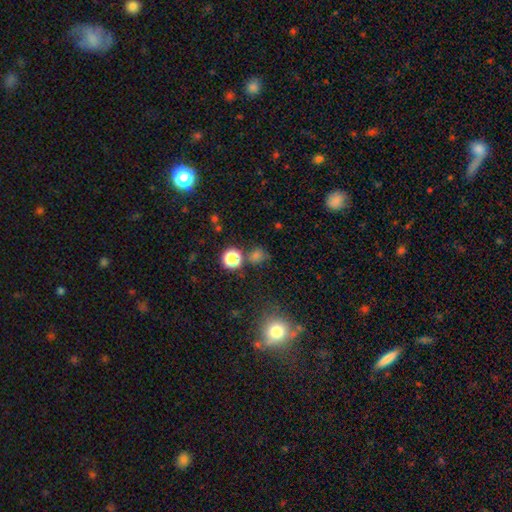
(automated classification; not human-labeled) Morphology: type=smooth (60%); roundness=round (84%); merging=none (79%).